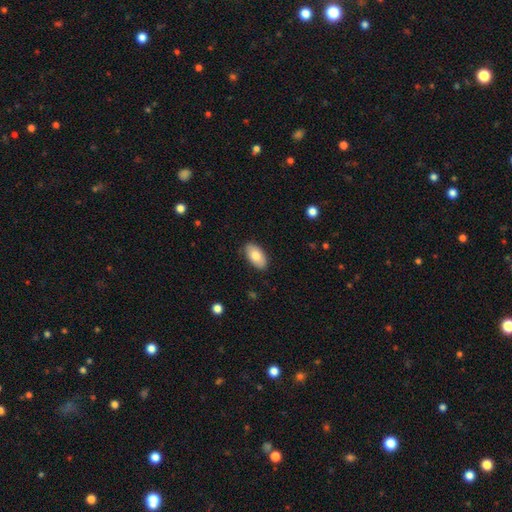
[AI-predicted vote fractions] smooth 79%, featured or disk 15%, star or artifact 6%. Down the decision tree: how rounded — in between (94%); merging — none (87%).